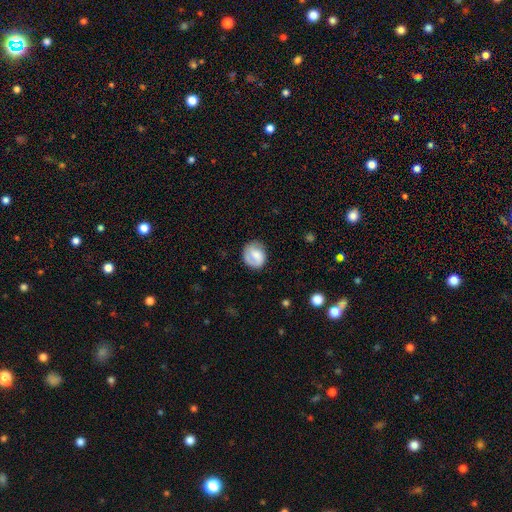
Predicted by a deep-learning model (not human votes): Smooth or featured? smooth (57%)
How rounded? round (70%)
Merging? none (66%)